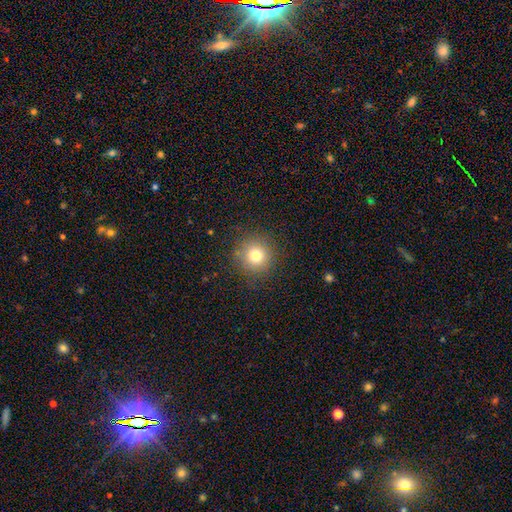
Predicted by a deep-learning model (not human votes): Smooth or featured? Predicted: smooth (p=0.77). How rounded? Predicted: round (p=0.94). Merging? Predicted: none (p=0.87).